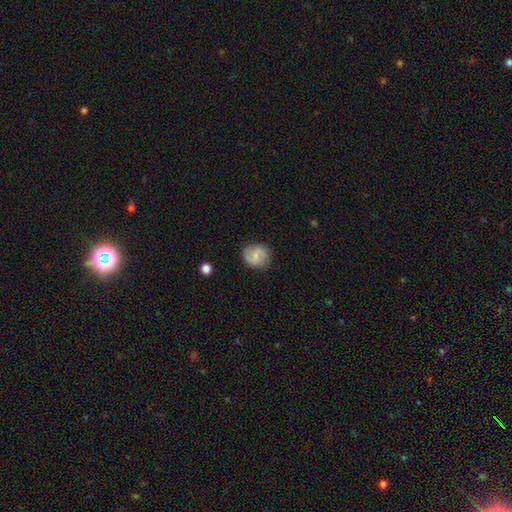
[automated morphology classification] This appears to be a featured or disk galaxy (48%). Merging: none (83%).